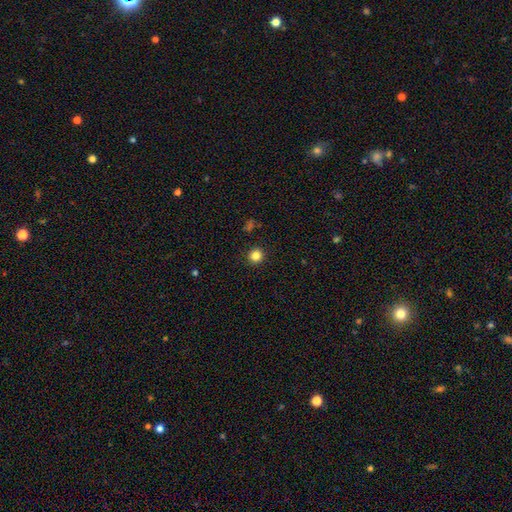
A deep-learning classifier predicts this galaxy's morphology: smooth-or-featured: smooth: 83% | star or artifact: 13% | featured or disk: 5%
  how-rounded: round: 94% | in between: 5% | cigar-shaped: 1%
  merging: none: 92% | minor disturbance: 5% | major disturbance: 2% | merger: 1%